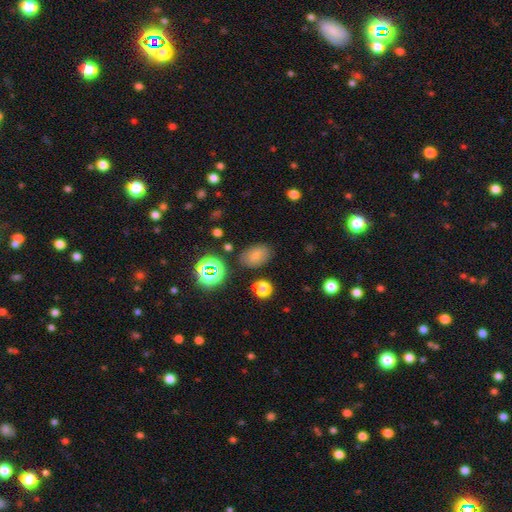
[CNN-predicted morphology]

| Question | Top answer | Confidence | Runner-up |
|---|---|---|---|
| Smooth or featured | smooth | 71% | star or artifact (17%) |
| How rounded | in between | 81% | round (18%) |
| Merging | none | 81% | minor disturbance (12%) |